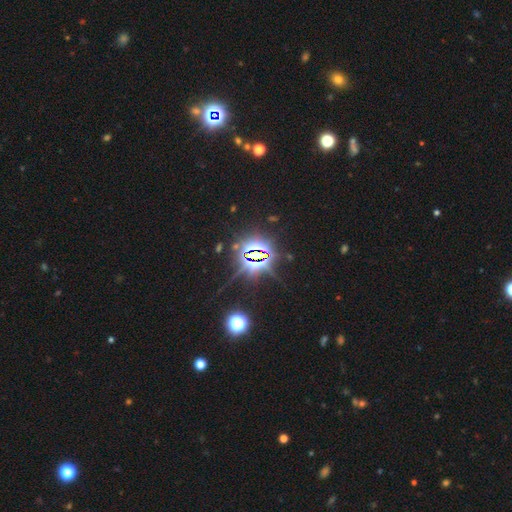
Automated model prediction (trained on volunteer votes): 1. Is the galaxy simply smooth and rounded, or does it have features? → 83% star or artifact, 9% featured or disk, 8% smooth.